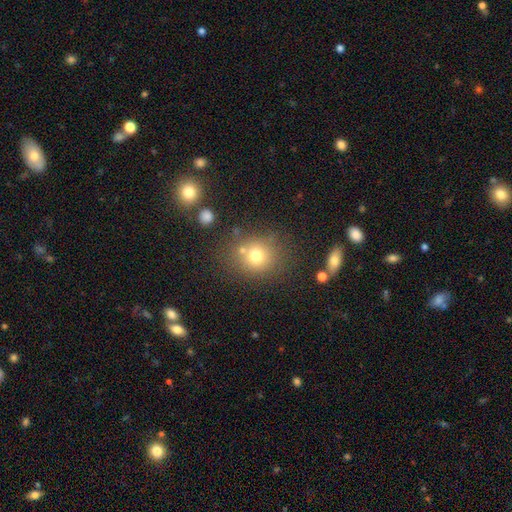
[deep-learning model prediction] Q: Smooth or featured?
A: smooth (73%); runner-up: star or artifact (16%)
Q: How rounded?
A: round (81%); runner-up: in between (18%)
Q: Merging?
A: none (71%); runner-up: minor disturbance (12%)